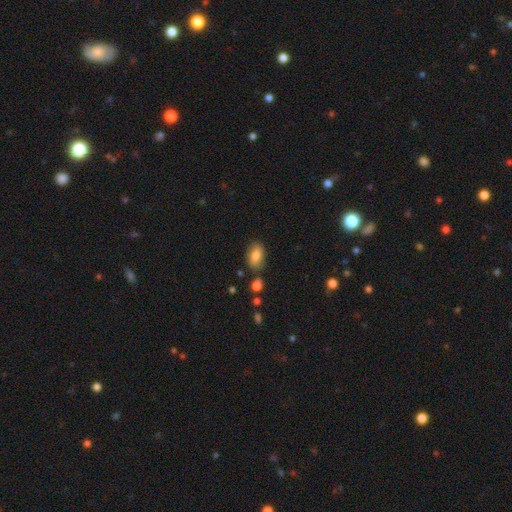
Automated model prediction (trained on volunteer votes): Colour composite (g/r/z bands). It shows a smooth galaxy with no disk features (81%) that is in between round and cigar-shaped (90%). Merging: none (77%).